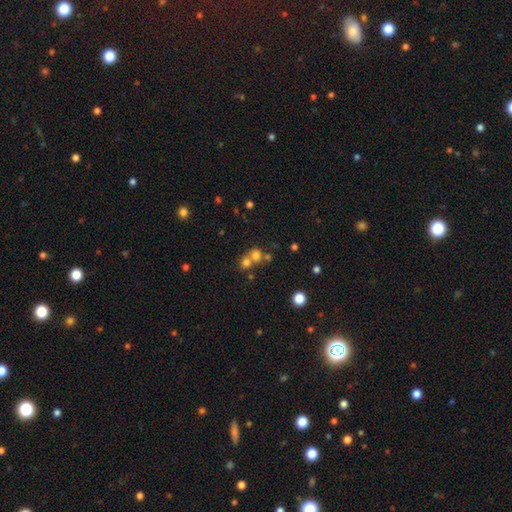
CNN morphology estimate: type=smooth (70%); roundness=round (83%); merging=merger (52%).